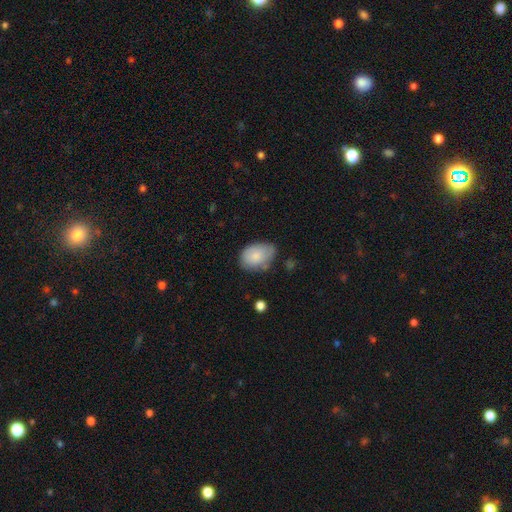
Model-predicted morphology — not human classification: smooth_or_featured: smooth (p=0.82) [alt: featured or disk p=0.11]
how_rounded: in between (p=0.81) [alt: round p=0.17]
merging: none (p=0.57) [alt: minor disturbance p=0.33]